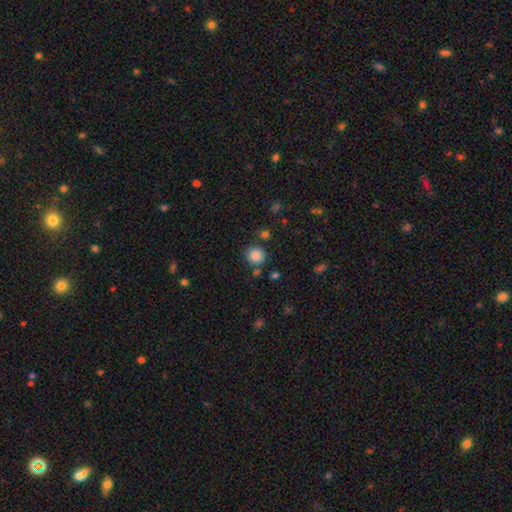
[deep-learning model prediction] Smooth or featured: smooth — 86% (star or artifact — 10%)
How rounded: round — 91% (in between — 8%)
Merging: none — 82% (minor disturbance — 9%)